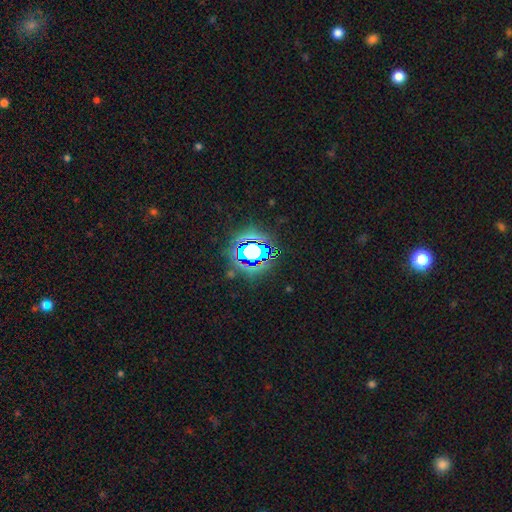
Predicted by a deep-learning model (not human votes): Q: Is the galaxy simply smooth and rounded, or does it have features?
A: star or artifact — 71%.